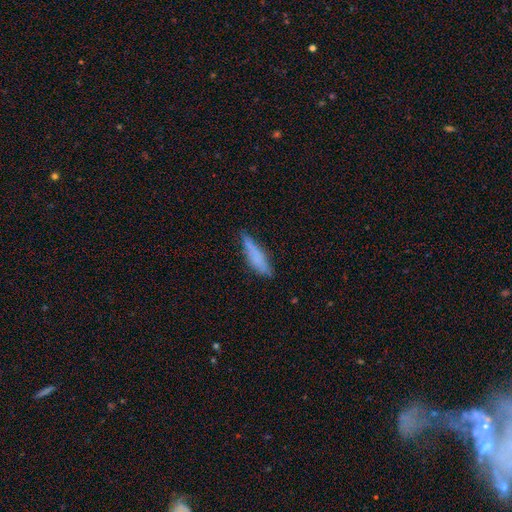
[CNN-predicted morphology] type=smooth (68%); roundness=cigar-shaped (72%); merging=none (61%).